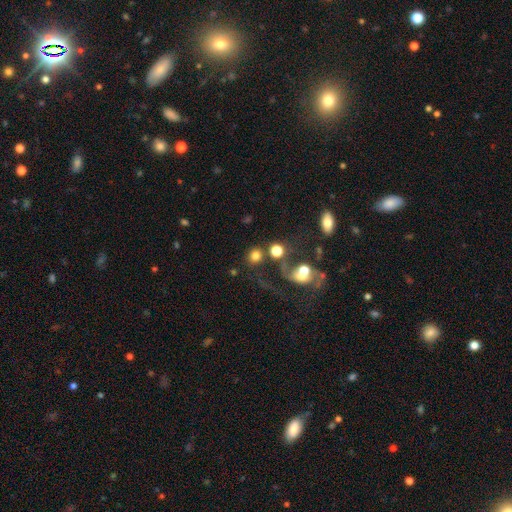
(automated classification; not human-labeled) This appears to be a smooth galaxy with no disk features (76%) that is round (87%). Merging: none (65%).